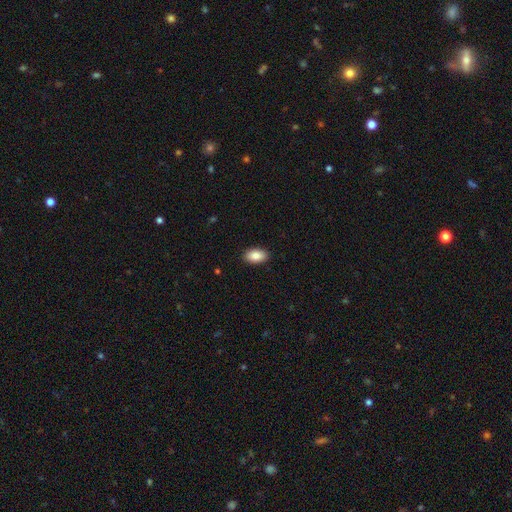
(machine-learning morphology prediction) Smooth or featured? smooth (87%)
How rounded? in between (93%)
Merging? none (90%)